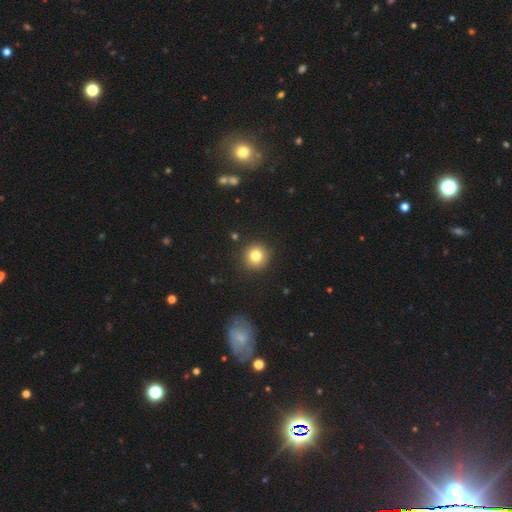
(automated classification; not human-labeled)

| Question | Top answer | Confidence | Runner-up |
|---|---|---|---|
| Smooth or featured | smooth | 81% | star or artifact (11%) |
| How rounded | round | 93% | in between (6%) |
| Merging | none | 90% | minor disturbance (6%) |